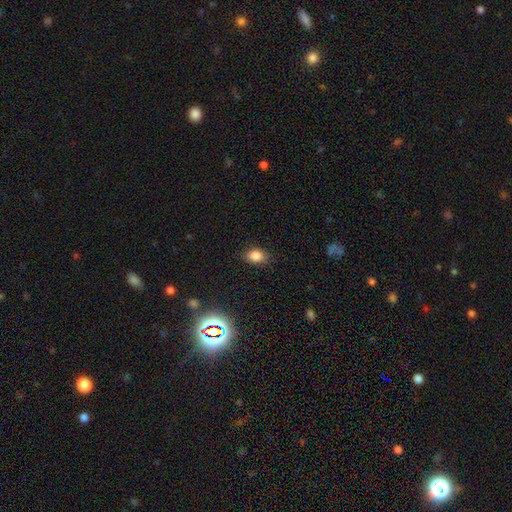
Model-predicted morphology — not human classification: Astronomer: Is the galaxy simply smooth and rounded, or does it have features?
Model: smooth — 82%.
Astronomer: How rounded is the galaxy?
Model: in between — 78%.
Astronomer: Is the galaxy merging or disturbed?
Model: none — 84%.